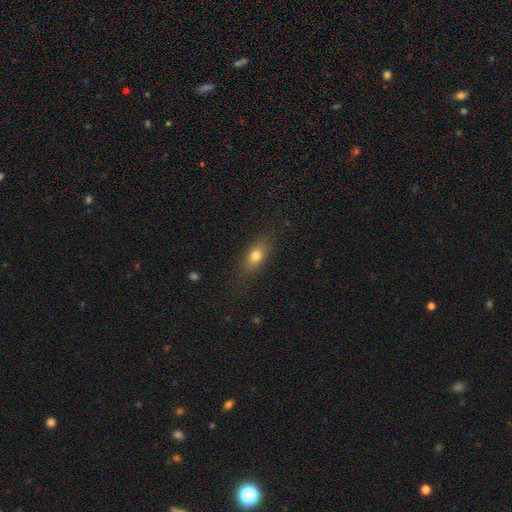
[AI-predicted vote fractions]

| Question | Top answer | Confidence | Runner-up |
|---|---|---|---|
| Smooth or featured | smooth | 74% | featured or disk (16%) |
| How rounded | in between | 72% | cigar-shaped (15%) |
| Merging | none | 79% | minor disturbance (14%) |